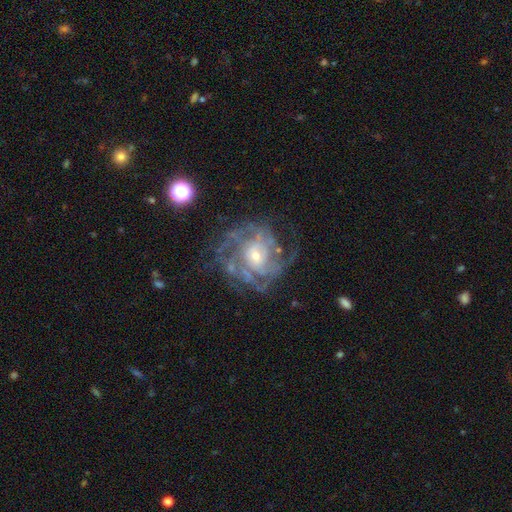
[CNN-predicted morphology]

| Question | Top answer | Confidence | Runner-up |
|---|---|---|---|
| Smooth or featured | featured or disk | 84% | star or artifact (8%) |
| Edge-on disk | no | 97% | yes (3%) |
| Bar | no | 74% | weak (21%) |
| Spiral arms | yes | 90% | no (10%) |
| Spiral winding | tight | 54% | medium (34%) |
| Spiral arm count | can't tell | 37% | 4 (17%) |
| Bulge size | small | 58% | moderate (36%) |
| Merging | none | 64% | minor disturbance (17%) |